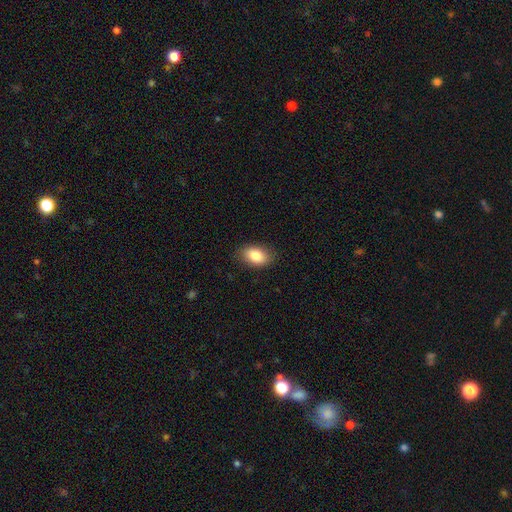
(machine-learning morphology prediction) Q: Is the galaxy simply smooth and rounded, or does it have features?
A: smooth — 84%.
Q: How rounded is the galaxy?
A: in between — 88%.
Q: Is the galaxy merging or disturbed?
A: none — 84%.